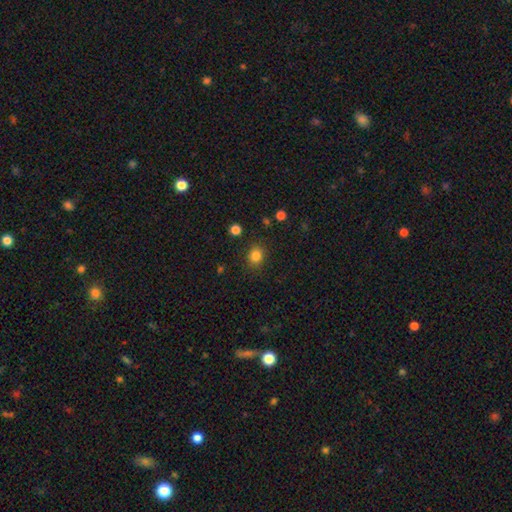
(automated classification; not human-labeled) Smooth or featured? Predicted: smooth (p=0.83). How rounded? Predicted: round (p=0.68). Merging? Predicted: none (p=0.85).